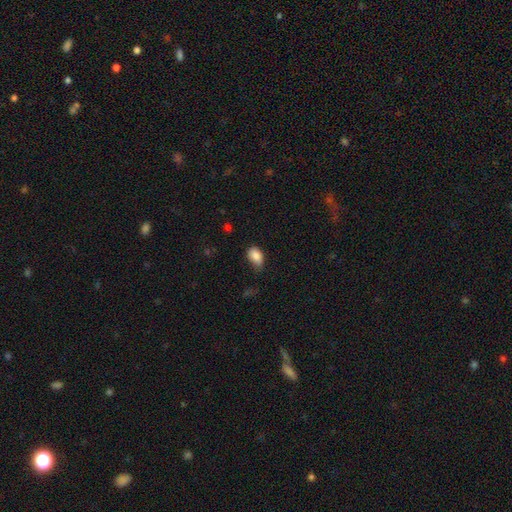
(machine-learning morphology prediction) Smooth or featured? Predicted: smooth (p=0.86). How rounded? Predicted: in between (p=0.87). Merging? Predicted: none (p=0.53).